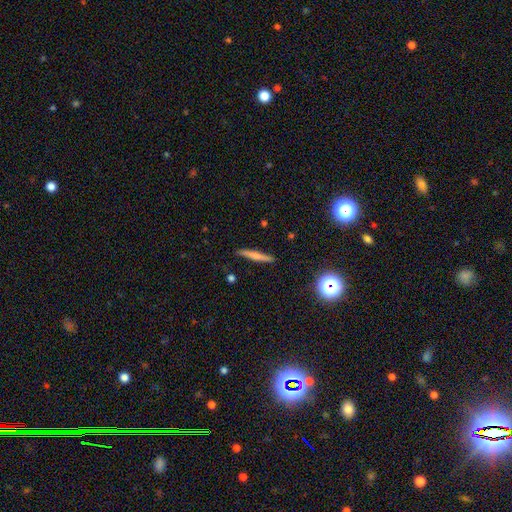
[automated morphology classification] Smooth or featured: smooth — 58% (featured or disk — 34%)
How rounded: cigar-shaped — 94% (in between — 5%)
Merging: none — 85% (minor disturbance — 11%)